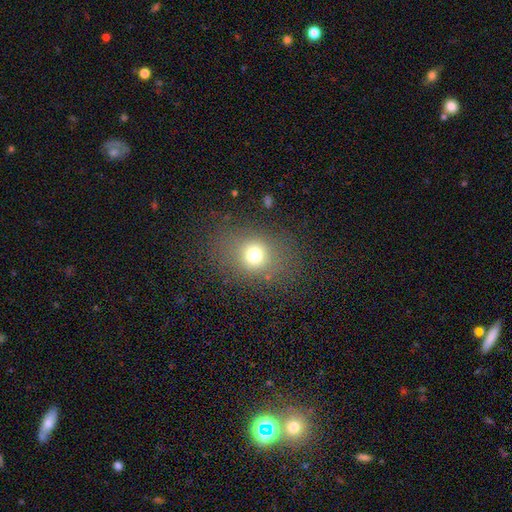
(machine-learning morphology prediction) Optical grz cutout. It shows a smooth galaxy with no disk features (68%) that is in between round and cigar-shaped (50%). Merging: none (85%).